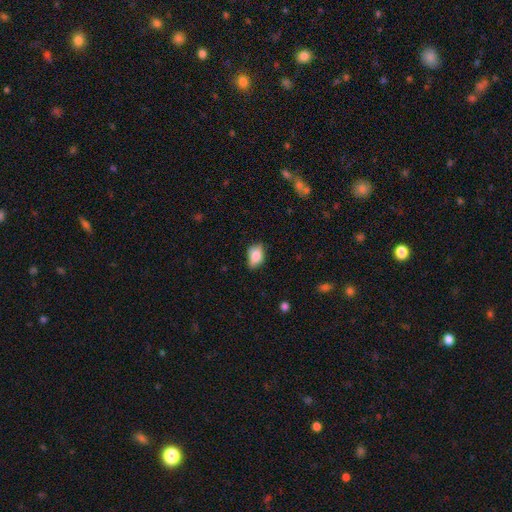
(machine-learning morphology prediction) Smooth or featured? Predicted: smooth (p=0.80). How rounded? Predicted: in between (p=0.81). Merging? Predicted: none (p=0.64).